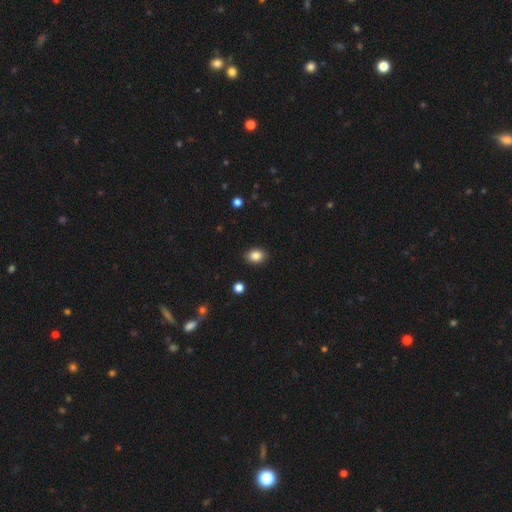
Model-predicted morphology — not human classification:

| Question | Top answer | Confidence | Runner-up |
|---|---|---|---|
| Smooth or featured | smooth | 86% | star or artifact (10%) |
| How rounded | in between | 54% | round (45%) |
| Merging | none | 90% | minor disturbance (7%) |